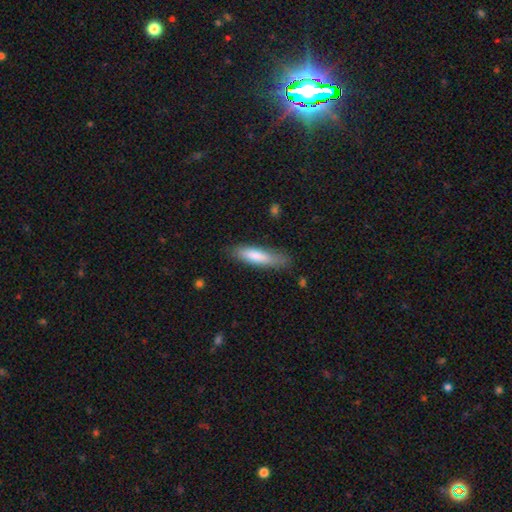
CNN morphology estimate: Smooth or featured: smooth — 75% (featured or disk — 19%)
How rounded: cigar-shaped — 78% (in between — 21%)
Merging: none — 79% (minor disturbance — 16%)